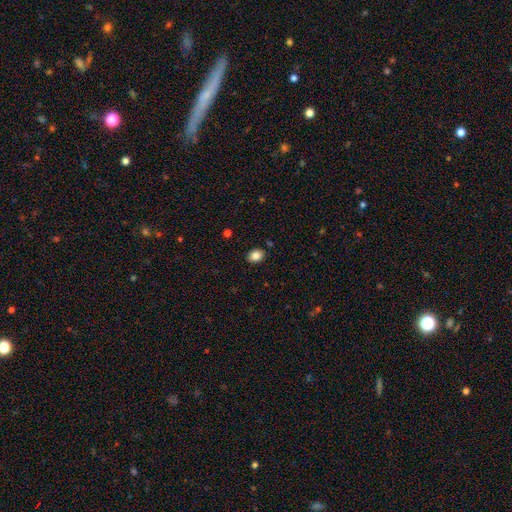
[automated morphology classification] smooth-or-featured: smooth: 85% | star or artifact: 9% | featured or disk: 6%
  how-rounded: in between: 63% | round: 36% | cigar-shaped: 1%
  merging: none: 88% | minor disturbance: 8% | major disturbance: 2% | merger: 2%